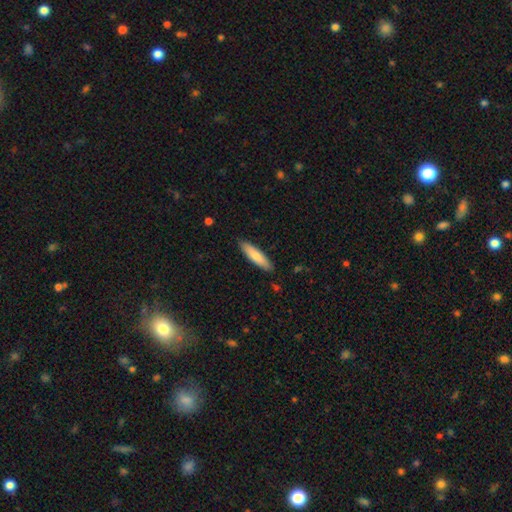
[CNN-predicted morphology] Smooth or featured? Predicted: smooth (p=0.78). How rounded? Predicted: cigar-shaped (p=0.71). Merging? Predicted: none (p=0.89).